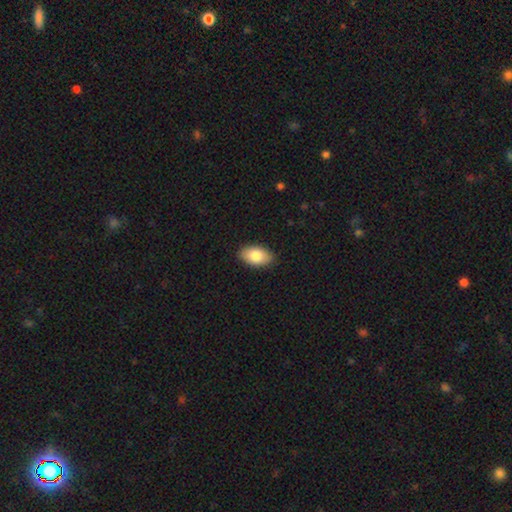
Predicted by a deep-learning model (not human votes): Overall: smooth (82%). How rounded: in between (93%). Merging: none (89%).